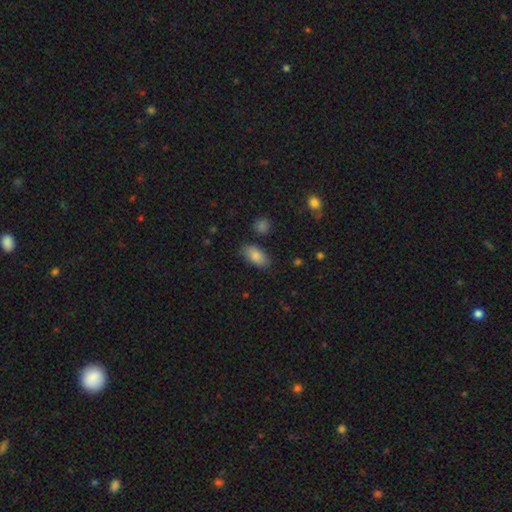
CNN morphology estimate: A smooth galaxy with no disk features (85%) that is in between round and cigar-shaped (91%).

Vote fractions:
- Smooth or featured? smooth: 85% / featured or disk: 8% / star or artifact: 7%
- How rounded? in between: 91% / cigar-shaped: 5% / round: 4%
- Merging? none: 80% / minor disturbance: 14% / major disturbance: 3% / merger: 3%